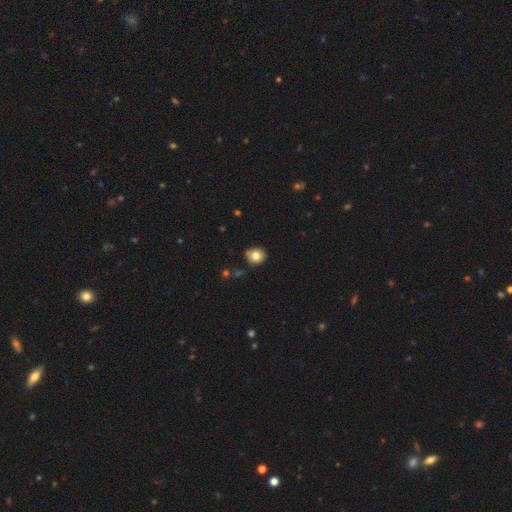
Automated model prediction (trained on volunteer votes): Smooth or featured?
  - smooth: 81% *
  - star or artifact: 10%
  - featured or disk: 9%
How rounded?
  - round: 80% *
  - in between: 19%
  - cigar-shaped: 1%
Merging?
  - none: 81% *
  - minor disturbance: 14%
  - major disturbance: 3%
  - merger: 3%